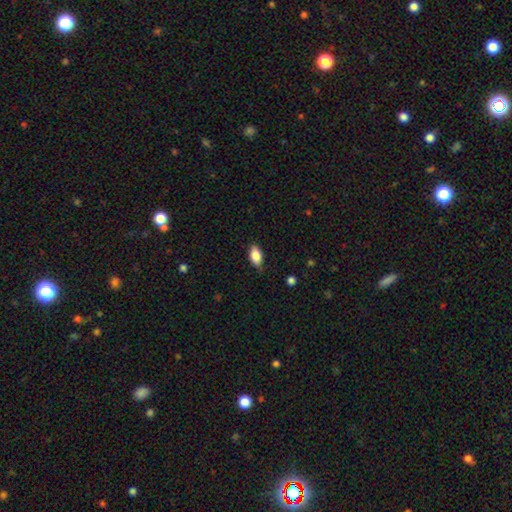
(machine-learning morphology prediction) type=smooth (85%); roundness=in between (90%); merging=none (80%).